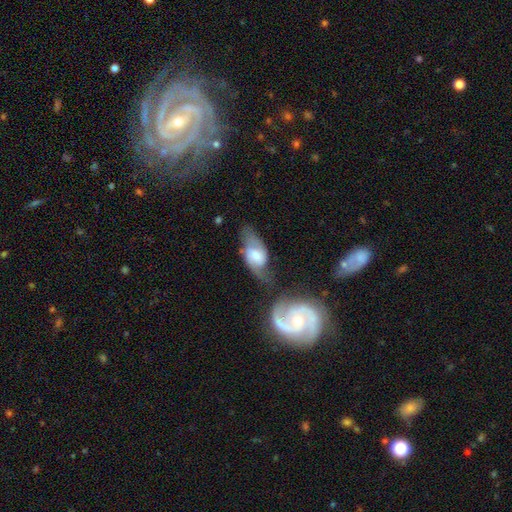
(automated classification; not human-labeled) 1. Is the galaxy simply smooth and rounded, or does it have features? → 58% featured or disk, 35% smooth, 7% star or artifact.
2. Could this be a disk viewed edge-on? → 87% no, 13% yes.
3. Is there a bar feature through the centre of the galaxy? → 43% weak, 42% no, 15% strong.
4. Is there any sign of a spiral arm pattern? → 80% yes, 20% no.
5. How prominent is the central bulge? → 40% moderate, 26% small, 23% large, 8% none, 4% dominant.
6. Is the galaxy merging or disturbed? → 39% none, 24% minor disturbance, 19% merger, 17% major disturbance.